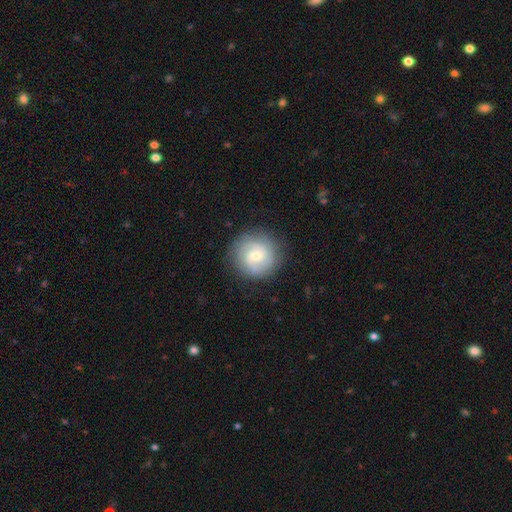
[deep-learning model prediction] Smooth or featured: featured or disk — 66% (smooth — 27%)
Edge-on disk: no — 98% (yes — 2%)
Bar: no — 63% (weak — 32%)
Spiral arms: yes — 92% (no — 8%)
Spiral winding: tight — 56% (medium — 34%)
Spiral arm count: 2 — 37% (can't tell — 26%)
Bulge size: small — 57% (moderate — 38%)
Merging: none — 85% (minor disturbance — 10%)